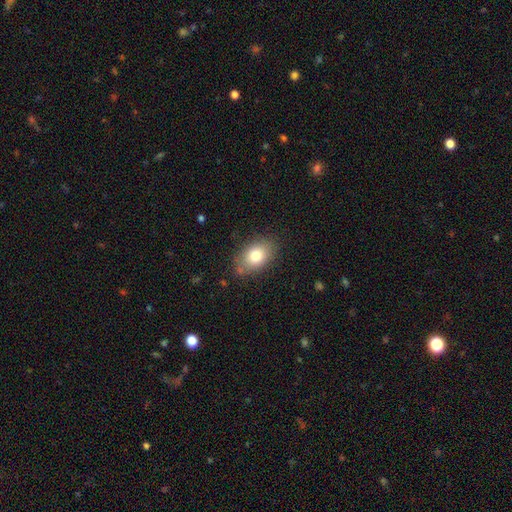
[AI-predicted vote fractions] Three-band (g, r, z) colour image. It shows a smooth galaxy with no disk features (79%) that is in between round and cigar-shaped (82%). Merging: none (80%).